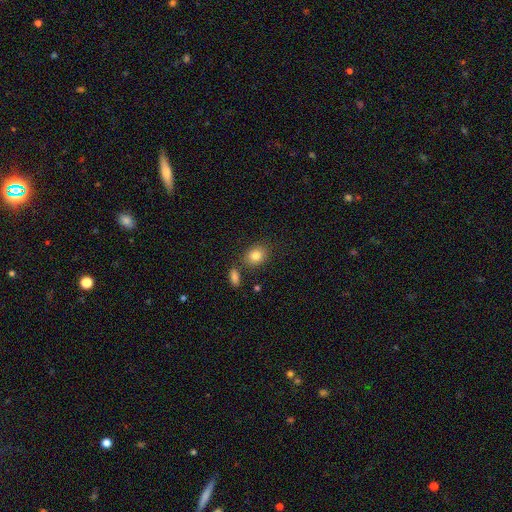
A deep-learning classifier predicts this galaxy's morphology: smooth-or-featured: smooth: 83% | star or artifact: 9% | featured or disk: 8%
  how-rounded: in between: 53% | round: 46% | cigar-shaped: 1%
  merging: none: 77% | minor disturbance: 12% | merger: 8% | major disturbance: 3%